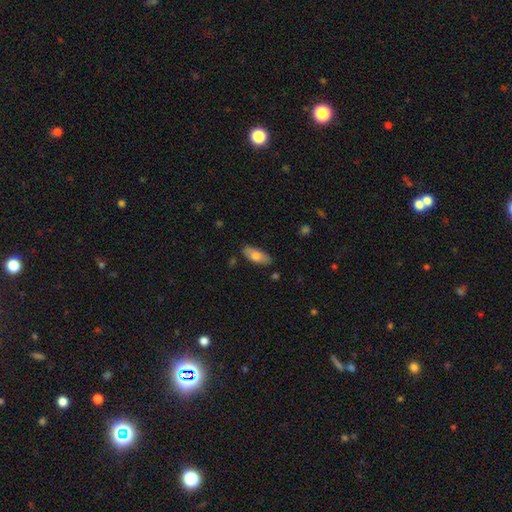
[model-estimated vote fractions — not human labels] A smooth galaxy with no disk features (74%) that is in between round and cigar-shaped (81%).

Vote fractions:
- Smooth or featured? smooth: 74% / featured or disk: 20% / star or artifact: 6%
- How rounded? in between: 81% / cigar-shaped: 17% / round: 2%
- Merging? none: 83% / minor disturbance: 13% / major disturbance: 2% / merger: 2%